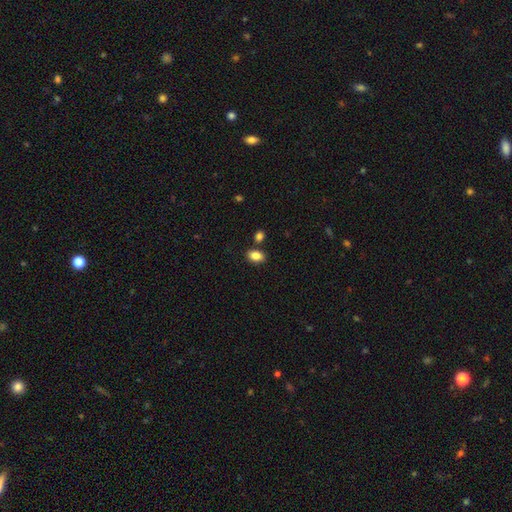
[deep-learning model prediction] The model was most divided on "merging": none: 79%, minor disturbance: 10%, merger: 9%, major disturbance: 3%. More confident: smooth or featured — smooth (86%); how rounded — in between (86%).